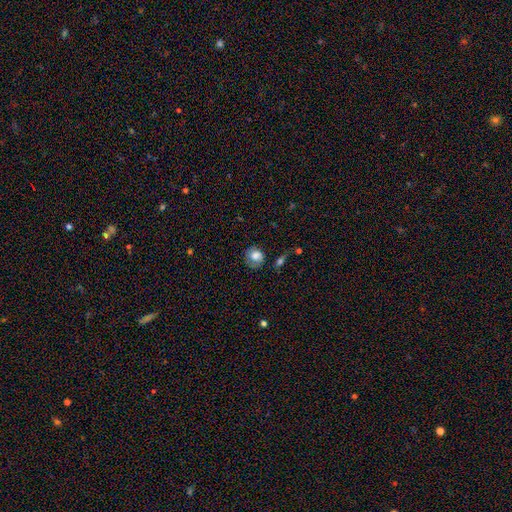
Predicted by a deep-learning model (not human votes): smooth 75%, featured or disk 16%, star or artifact 9%. Down the decision tree: how rounded — round (77%); merging — none (62%).